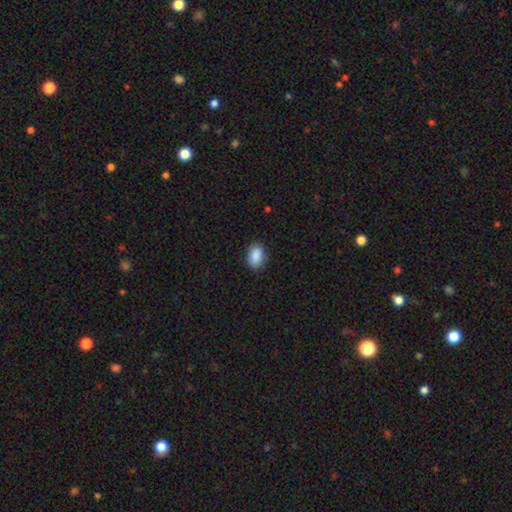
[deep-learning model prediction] The model was most divided on "how rounded": in between: 85%, round: 14%, cigar-shaped: 1%. More confident: smooth or featured — smooth (90%); merging — none (87%).